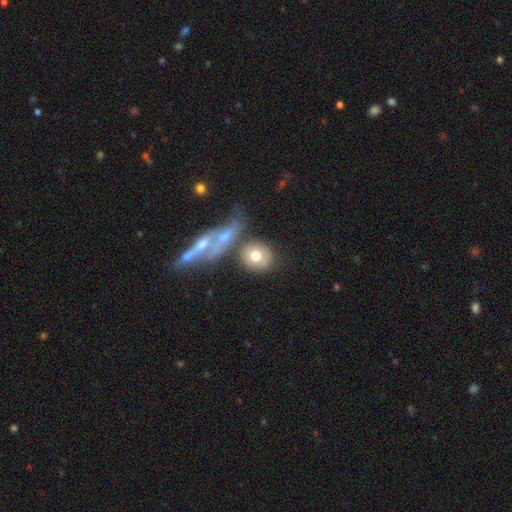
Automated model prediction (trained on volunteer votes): Smooth or featured? Predicted: smooth (p=0.69). How rounded? Predicted: round (p=0.71). Merging? Predicted: none (p=0.60).